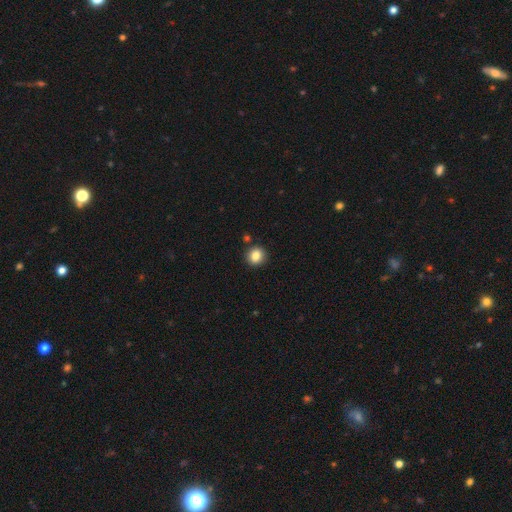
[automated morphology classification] This appears to be a smooth galaxy with no disk features (85%) that is round (87%). Merging: none (89%).